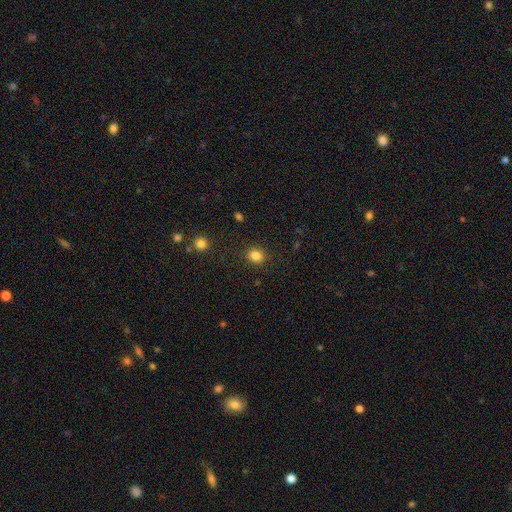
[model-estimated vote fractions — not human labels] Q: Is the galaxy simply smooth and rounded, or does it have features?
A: smooth — 84%.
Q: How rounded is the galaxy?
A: round — 61%.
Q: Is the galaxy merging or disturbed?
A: none — 86%.